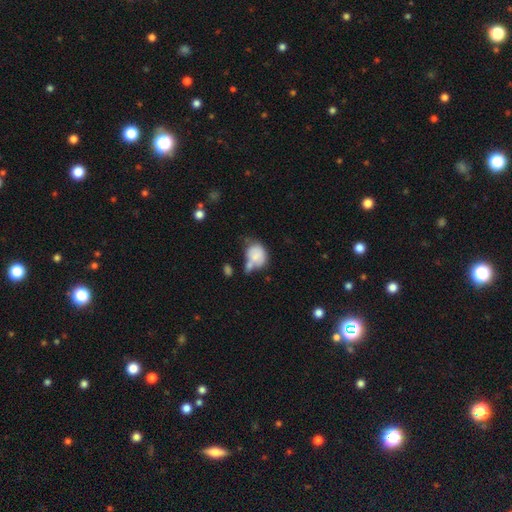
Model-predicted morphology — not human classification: Smooth or featured? smooth (76%)
How rounded? in between (51%)
Merging? merger (37%)